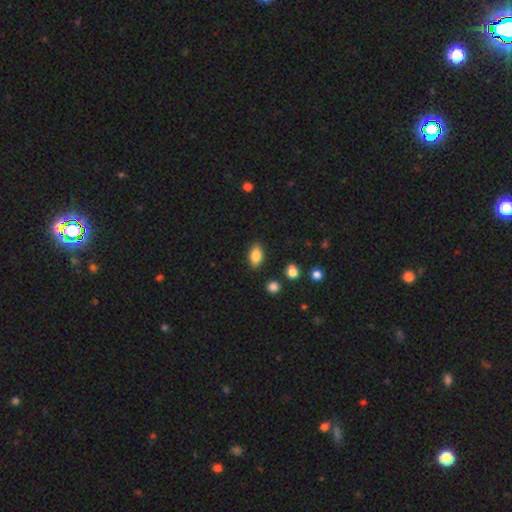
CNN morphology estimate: This appears to be a smooth galaxy with no disk features (82%) that is in between round and cigar-shaped (87%). Merging: none (86%).